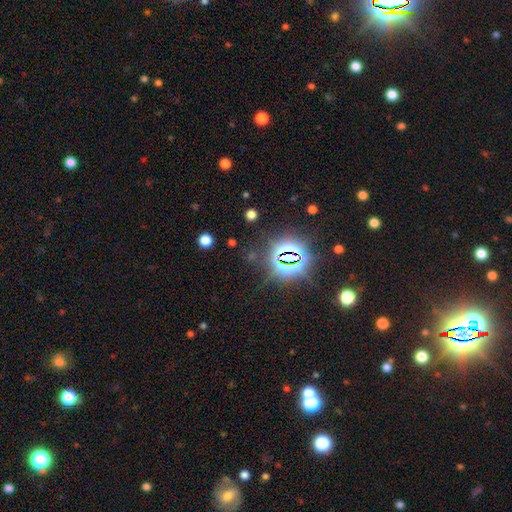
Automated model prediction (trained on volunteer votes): Smooth or featured? star or artifact (81%)